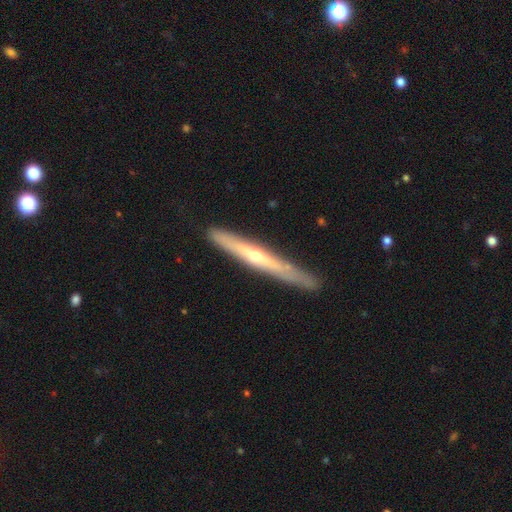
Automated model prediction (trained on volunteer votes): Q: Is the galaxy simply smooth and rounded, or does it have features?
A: featured or disk — 69%.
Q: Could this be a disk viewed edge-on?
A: yes — 94%.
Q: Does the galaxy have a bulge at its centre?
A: rounded — 72%.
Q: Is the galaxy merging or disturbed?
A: none — 85%.